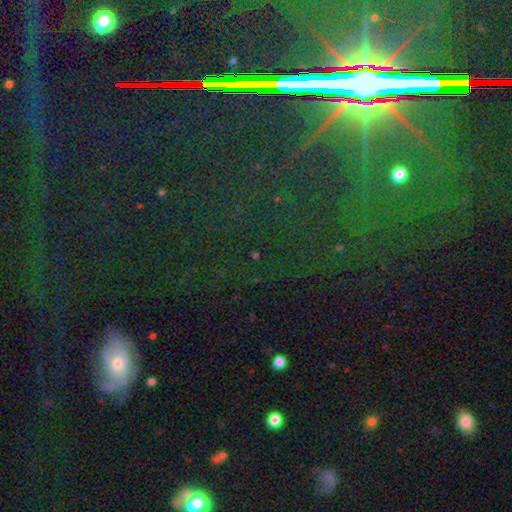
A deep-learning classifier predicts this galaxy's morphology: A star or artifact, not a galaxy (77%).